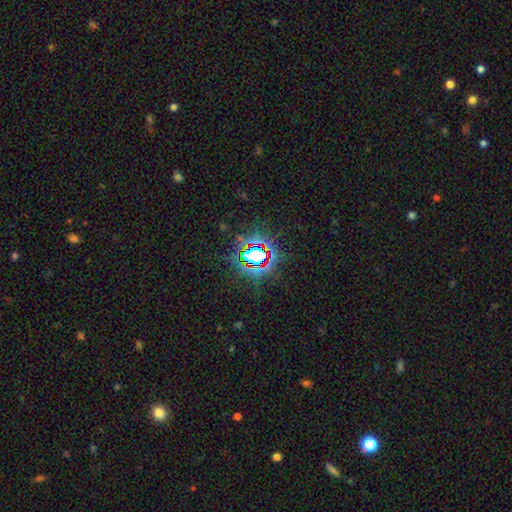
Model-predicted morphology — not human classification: This is likely a star or artifact rather than a galaxy (79%).